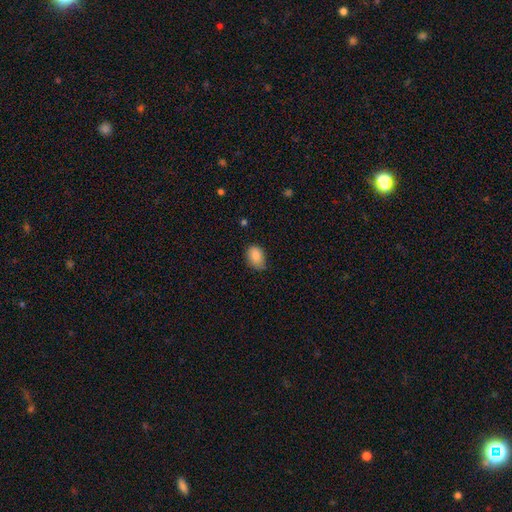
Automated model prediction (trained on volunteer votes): Smooth or featured: smooth — 86% (star or artifact — 8%)
How rounded: in between — 80% (round — 19%)
Merging: none — 62% (minor disturbance — 32%)